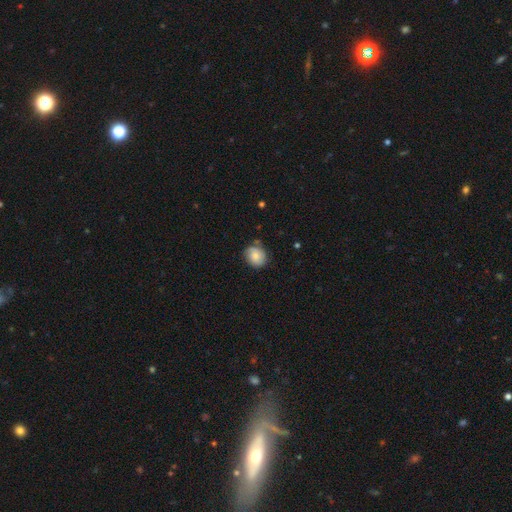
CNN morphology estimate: Smooth or featured?
  - smooth: 73% *
  - featured or disk: 19%
  - star or artifact: 8%
How rounded?
  - round: 71% *
  - in between: 28%
  - cigar-shaped: 1%
Merging?
  - none: 65% *
  - minor disturbance: 26%
  - major disturbance: 5%
  - merger: 3%